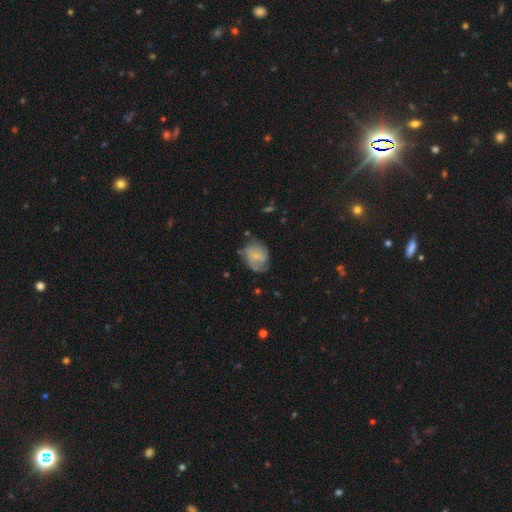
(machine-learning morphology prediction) smooth-or-featured: featured or disk: 57% | smooth: 35% | star or artifact: 7%
  disk-edge-on: no: 97% | yes: 3%
    bar: no: 65% | weak: 30% | strong: 5%
    has-spiral-arms: yes: 83% | no: 17%
    bulge-size: small: 71% | moderate: 16% | none: 11% | large: 1% | dominant: 1%
  merging: none: 56% | minor disturbance: 27% | major disturbance: 14% | merger: 2%